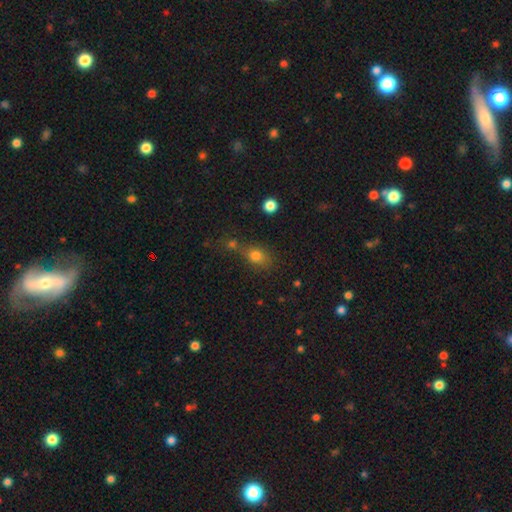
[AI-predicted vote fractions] This is likely a smooth galaxy (78%). How rounded: possibly in between (54%). Merging: possibly none (45%).